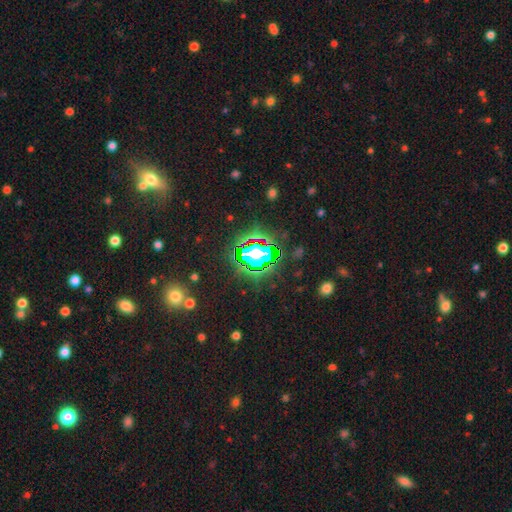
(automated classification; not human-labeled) Q: Smooth or featured?
A: star or artifact (77%); runner-up: smooth (14%)